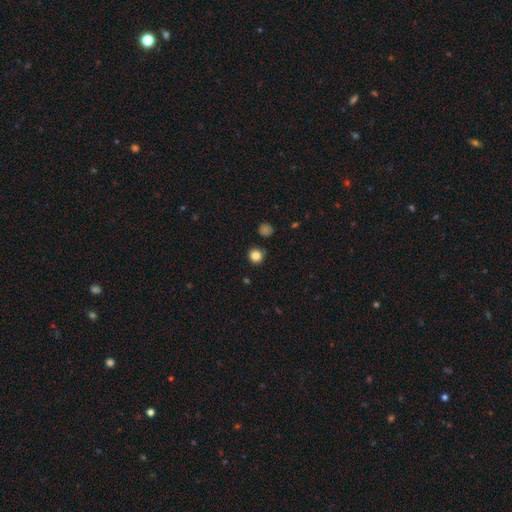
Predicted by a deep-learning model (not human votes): A smooth galaxy with no disk features (83%) that is round (92%).

Vote fractions:
- Smooth or featured? smooth: 83% / star or artifact: 12% / featured or disk: 5%
- How rounded? round: 92% / in between: 7% / cigar-shaped: 1%
- Merging? none: 88% / minor disturbance: 8% / merger: 2% / major disturbance: 2%